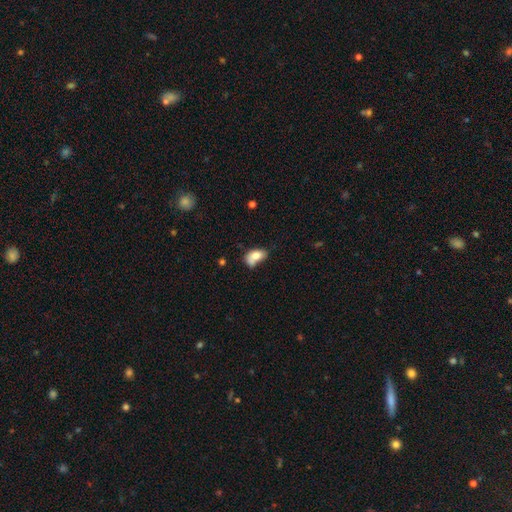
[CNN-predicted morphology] This appears to be a smooth galaxy with no disk features (76%) that is in between round and cigar-shaped (88%). Merging: none (33%).